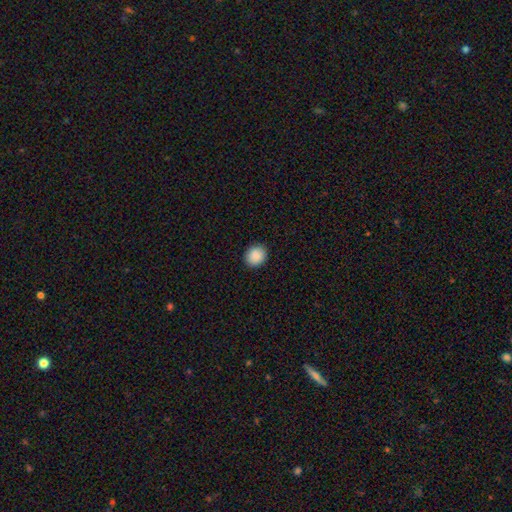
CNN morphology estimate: Smooth or featured?
  - smooth: 89% *
  - star or artifact: 8%
  - featured or disk: 3%
How rounded?
  - round: 73% *
  - in between: 26%
  - cigar-shaped: 1%
Merging?
  - none: 91% *
  - minor disturbance: 6%
  - major disturbance: 2%
  - merger: 1%